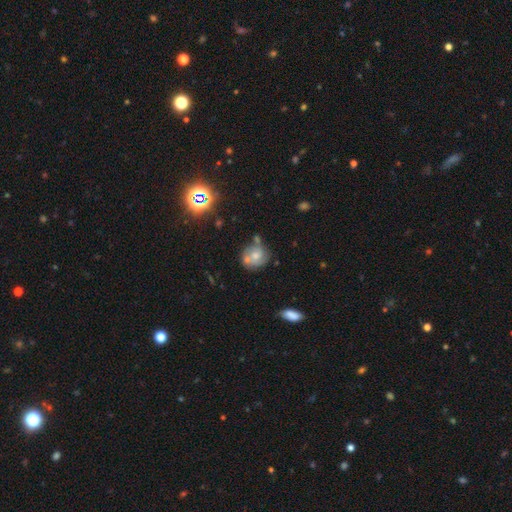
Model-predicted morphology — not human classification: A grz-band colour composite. It shows a smooth galaxy with no disk features (46%). Merging: none (48%).